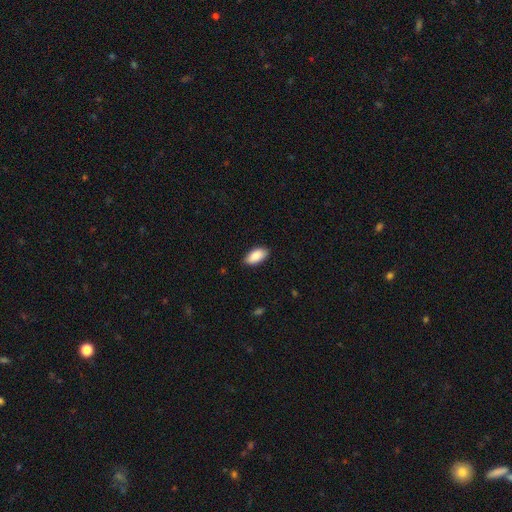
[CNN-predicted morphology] Smooth or featured: smooth — 87% (featured or disk — 7%)
How rounded: in between — 92% (cigar-shaped — 6%)
Merging: none — 87% (minor disturbance — 10%)